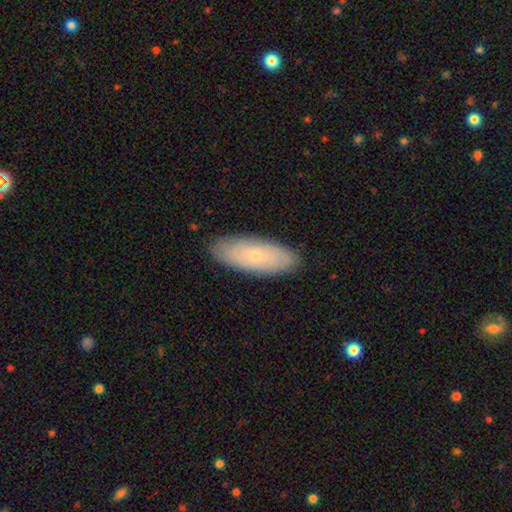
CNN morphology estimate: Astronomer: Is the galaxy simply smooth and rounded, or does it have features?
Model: smooth — 60%.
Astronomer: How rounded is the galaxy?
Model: in between — 73%.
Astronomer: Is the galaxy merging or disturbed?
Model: none — 86%.